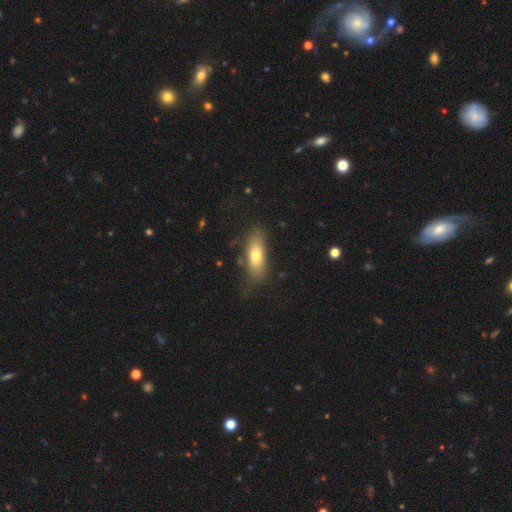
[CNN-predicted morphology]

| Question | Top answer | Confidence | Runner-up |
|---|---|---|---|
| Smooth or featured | smooth | 70% | featured or disk (23%) |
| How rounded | in between | 70% | cigar-shaped (27%) |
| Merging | none | 67% | minor disturbance (22%) |